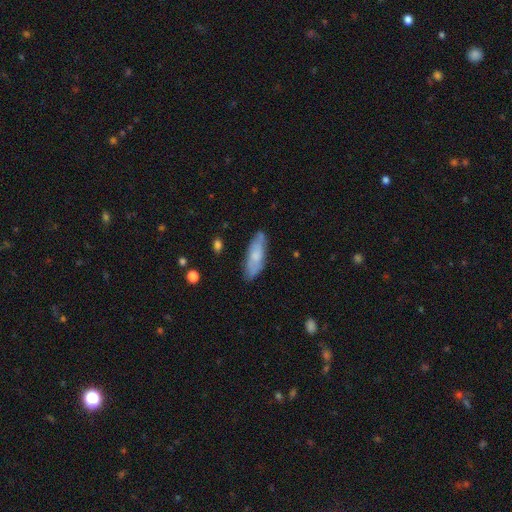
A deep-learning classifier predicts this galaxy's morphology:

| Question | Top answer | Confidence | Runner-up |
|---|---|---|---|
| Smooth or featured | smooth | 62% | featured or disk (32%) |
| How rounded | in between | 58% | cigar-shaped (41%) |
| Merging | none | 78% | minor disturbance (17%) |